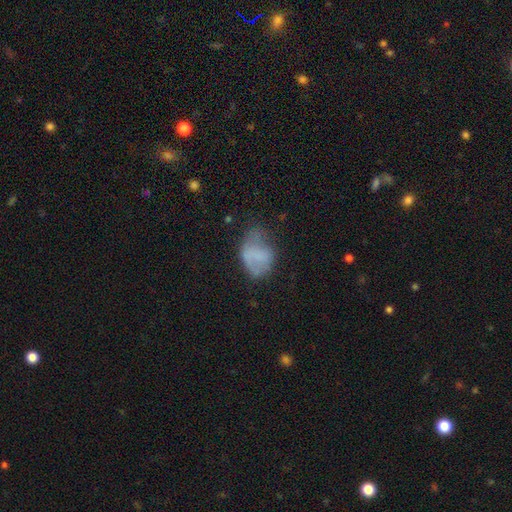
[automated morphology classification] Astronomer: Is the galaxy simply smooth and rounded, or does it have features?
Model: smooth — 63%.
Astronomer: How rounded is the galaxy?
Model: in between — 77%.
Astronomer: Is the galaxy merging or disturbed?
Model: minor disturbance — 36% (runner-up: none, 32%).